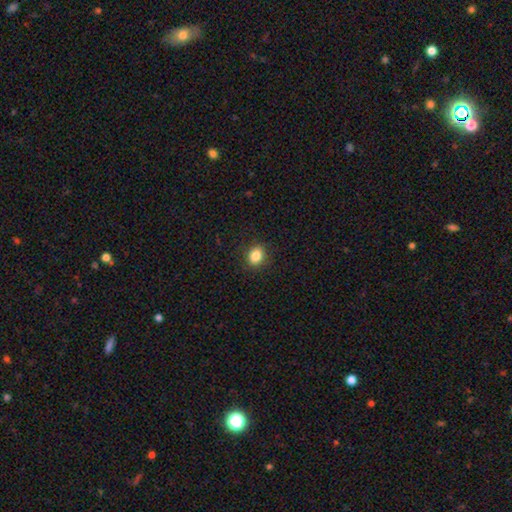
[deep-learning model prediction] Smooth or featured? Predicted: smooth (p=0.85). How rounded? Predicted: in between (p=0.51). Merging? Predicted: none (p=0.88).